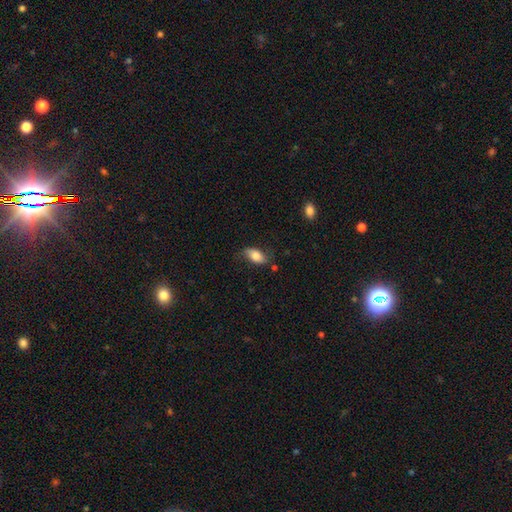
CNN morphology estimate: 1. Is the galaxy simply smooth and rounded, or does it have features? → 79% smooth, 14% featured or disk, 7% star or artifact.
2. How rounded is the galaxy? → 90% in between, 5% cigar-shaped, 5% round.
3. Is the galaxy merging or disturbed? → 69% none, 23% minor disturbance, 5% major disturbance, 2% merger.